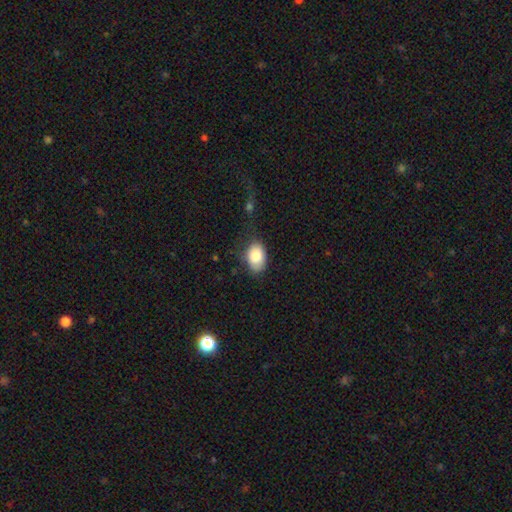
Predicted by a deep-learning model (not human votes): smooth-or-featured: smooth: 83% | featured or disk: 10% | star or artifact: 7%
  how-rounded: in between: 85% | round: 13% | cigar-shaped: 1%
  merging: none: 67% | minor disturbance: 23% | major disturbance: 7% | merger: 3%